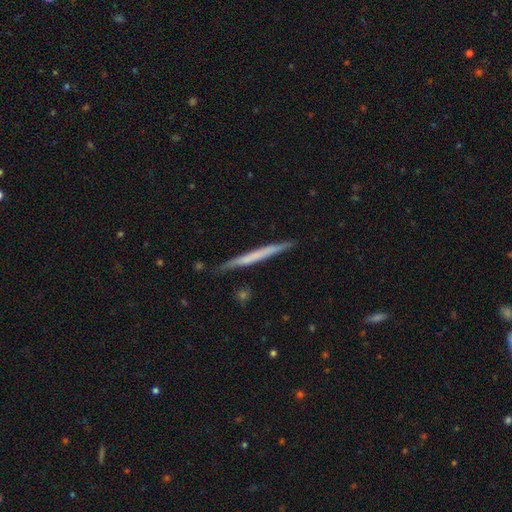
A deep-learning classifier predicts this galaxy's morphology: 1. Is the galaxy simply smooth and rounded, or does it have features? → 48% smooth, 46% featured or disk, 6% star or artifact.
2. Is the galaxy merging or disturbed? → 88% none, 9% minor disturbance, 2% major disturbance, 1% merger.